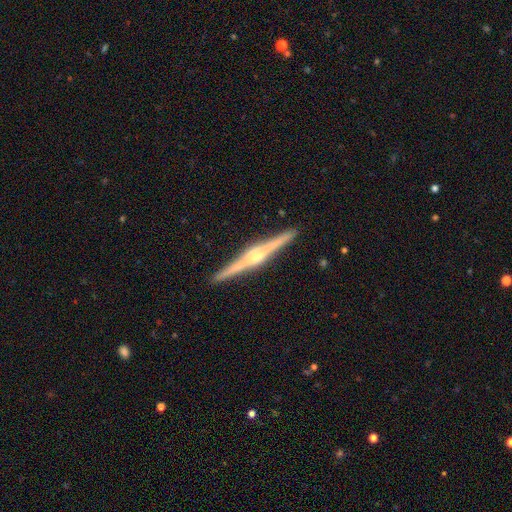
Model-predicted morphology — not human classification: Q: Smooth or featured?
A: featured or disk (86%); runner-up: smooth (10%)
Q: Edge-on disk?
A: yes (99%); runner-up: no (1%)
Q: Edge-on bulge?
A: rounded (83%); runner-up: boxy (12%)
Q: Merging?
A: none (92%); runner-up: minor disturbance (6%)